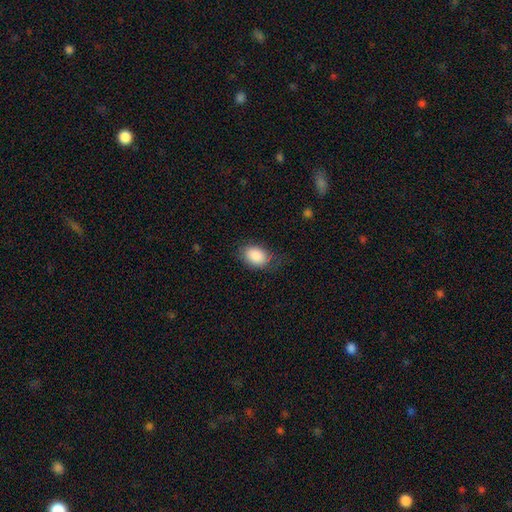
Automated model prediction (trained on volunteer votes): Smooth or featured? smooth (88%)
How rounded? in between (81%)
Merging? none (72%)